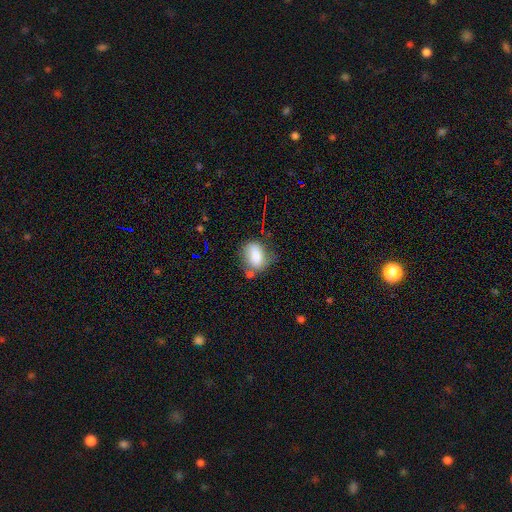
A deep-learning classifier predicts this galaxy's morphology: Overall: smooth (74%). How rounded: in between (70%). Merging: none (49%; minor disturbance 28%).